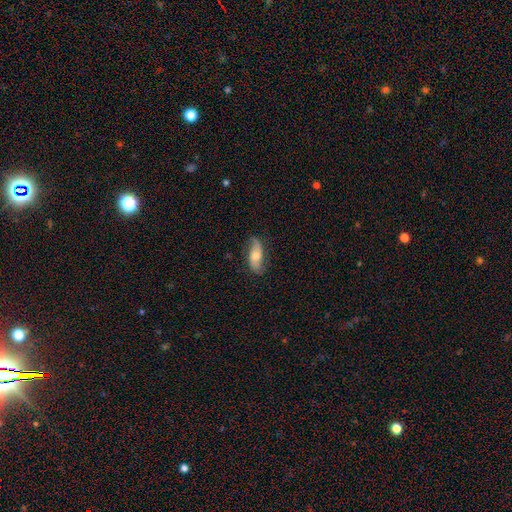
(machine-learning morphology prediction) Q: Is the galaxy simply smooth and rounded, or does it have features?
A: featured or disk — 55%.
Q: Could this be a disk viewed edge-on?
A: no — 86%.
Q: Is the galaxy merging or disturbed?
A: none — 74%.